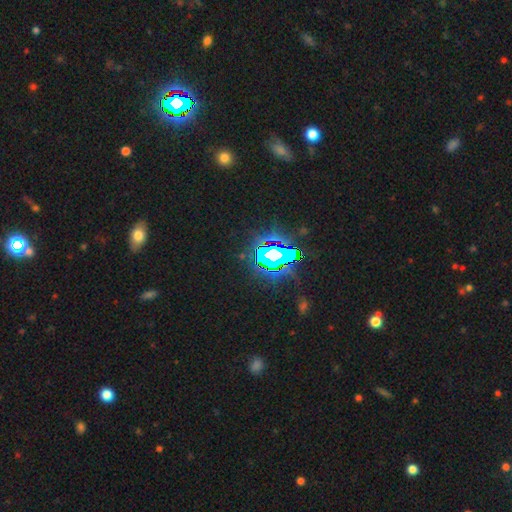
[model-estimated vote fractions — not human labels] Overall: star or artifact (80%).